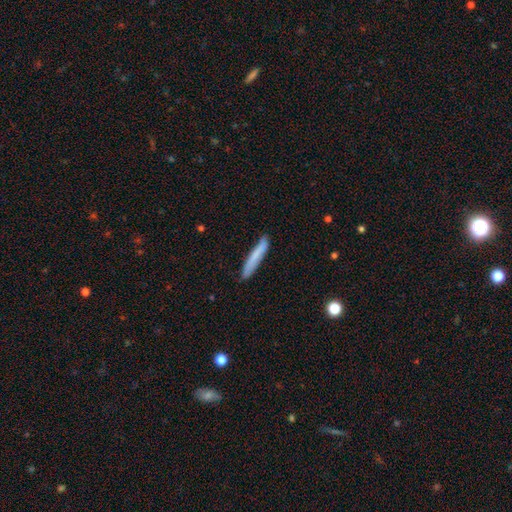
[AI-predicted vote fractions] Smooth or featured: smooth — 75% (featured or disk — 19%)
How rounded: cigar-shaped — 94% (in between — 4%)
Merging: none — 86% (minor disturbance — 11%)